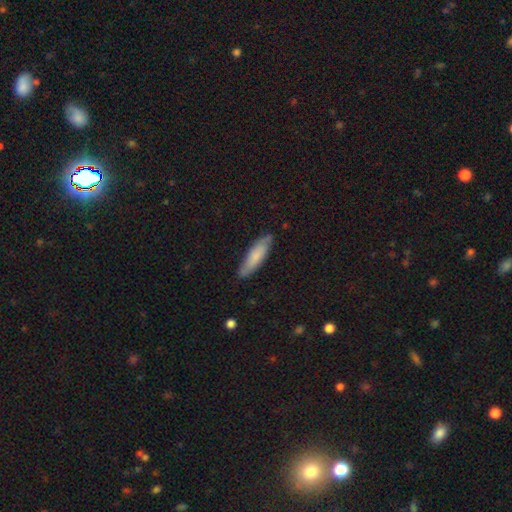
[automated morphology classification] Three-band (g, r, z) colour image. It shows a smooth galaxy with no disk features (74%) that is cigar-shaped (65%). Merging: none (82%).